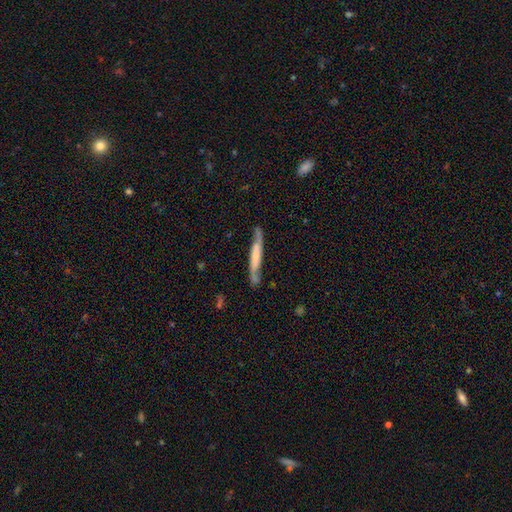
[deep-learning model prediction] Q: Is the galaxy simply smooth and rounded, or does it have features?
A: featured or disk — 55%.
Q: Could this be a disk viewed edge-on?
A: yes — 74%.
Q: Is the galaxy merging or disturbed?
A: none — 73%.